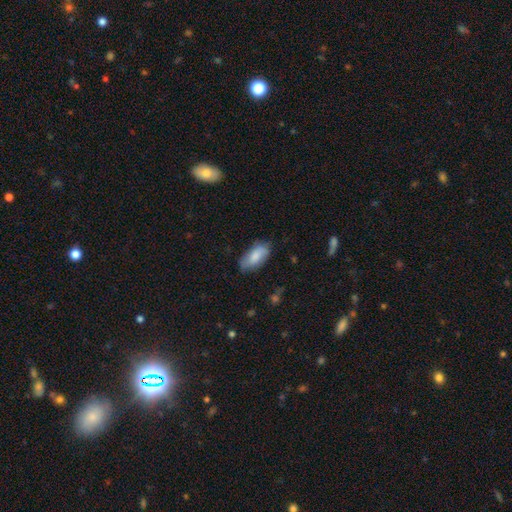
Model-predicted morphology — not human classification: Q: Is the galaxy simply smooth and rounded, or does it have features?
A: smooth — 79%.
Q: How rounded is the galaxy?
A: in between — 91%.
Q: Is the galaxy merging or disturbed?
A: none — 73%.